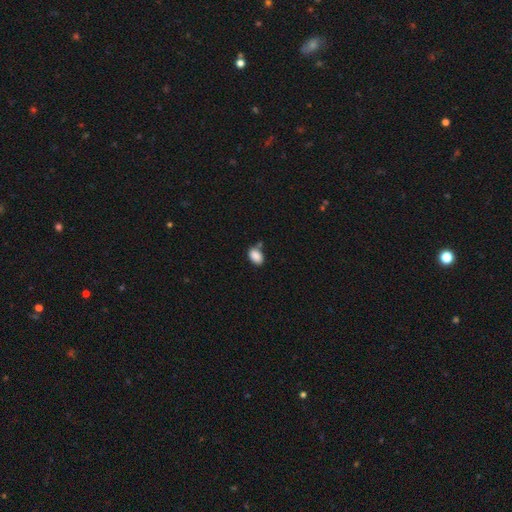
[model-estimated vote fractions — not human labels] smooth_or_featured: smooth (p=0.88) [alt: star or artifact p=0.08]
how_rounded: in between (p=0.85) [alt: round p=0.13]
merging: none (p=0.68) [alt: minor disturbance p=0.18]